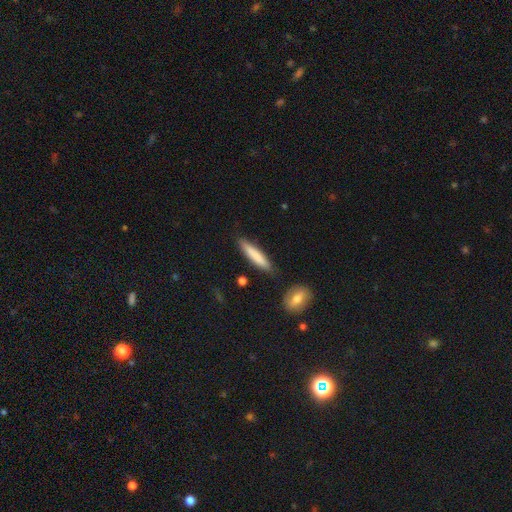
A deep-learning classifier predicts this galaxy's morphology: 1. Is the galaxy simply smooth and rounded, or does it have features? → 79% smooth, 15% featured or disk, 6% star or artifact.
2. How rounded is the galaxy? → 88% cigar-shaped, 11% in between, 1% round.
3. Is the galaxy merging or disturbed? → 85% none, 10% minor disturbance, 3% merger, 2% major disturbance.